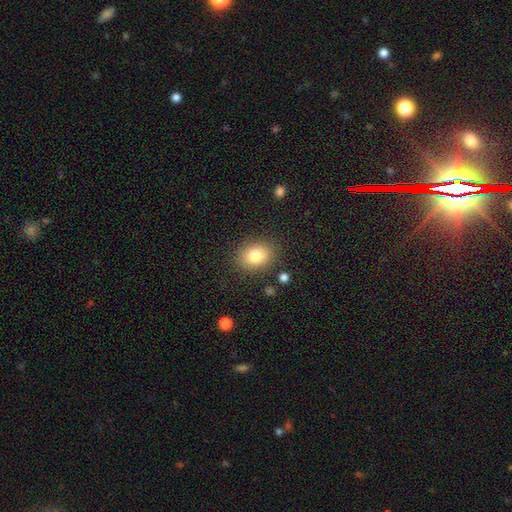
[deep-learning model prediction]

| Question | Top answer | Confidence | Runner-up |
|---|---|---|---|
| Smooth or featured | smooth | 81% | star or artifact (10%) |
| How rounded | in between | 57% | round (42%) |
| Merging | none | 85% | minor disturbance (10%) |